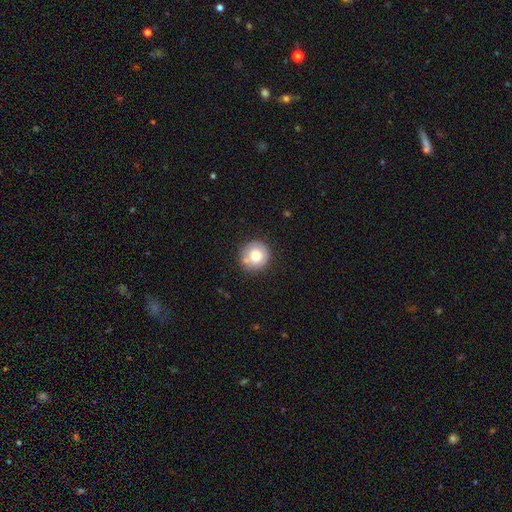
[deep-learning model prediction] Overall: smooth (75%). How rounded: round (93%). Merging: none (77%).